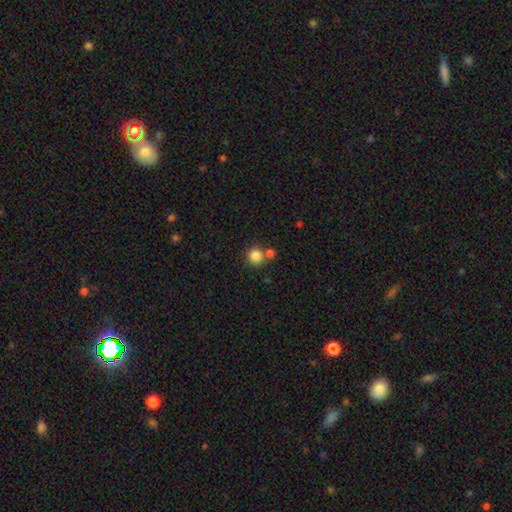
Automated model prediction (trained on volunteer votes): A smooth galaxy with no disk features (84%) that is round (93%). Merging: none (67%).